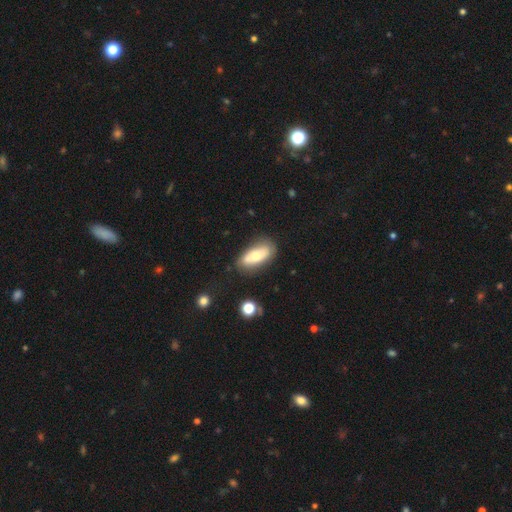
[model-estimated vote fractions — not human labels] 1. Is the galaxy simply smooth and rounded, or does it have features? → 57% smooth, 36% featured or disk, 7% star or artifact.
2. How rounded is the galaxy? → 85% in between, 12% cigar-shaped, 4% round.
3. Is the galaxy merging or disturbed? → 72% none, 18% minor disturbance, 5% major disturbance, 4% merger.